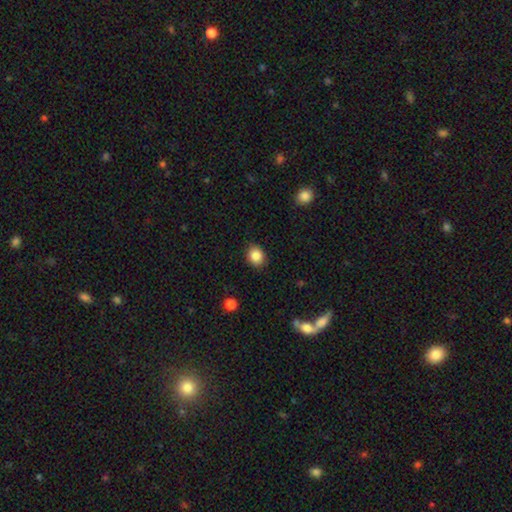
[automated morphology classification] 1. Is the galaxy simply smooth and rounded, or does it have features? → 86% smooth, 9% star or artifact, 5% featured or disk.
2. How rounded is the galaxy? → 62% round, 37% in between, 1% cigar-shaped.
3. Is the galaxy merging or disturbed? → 88% none, 8% minor disturbance, 2% major disturbance, 1% merger.